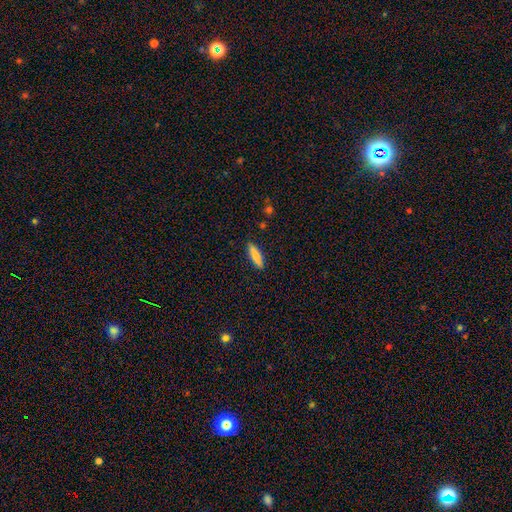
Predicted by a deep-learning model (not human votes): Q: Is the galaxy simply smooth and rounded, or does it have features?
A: smooth — 79%.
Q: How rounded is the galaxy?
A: cigar-shaped — 67%.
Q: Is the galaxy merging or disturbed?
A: none — 89%.